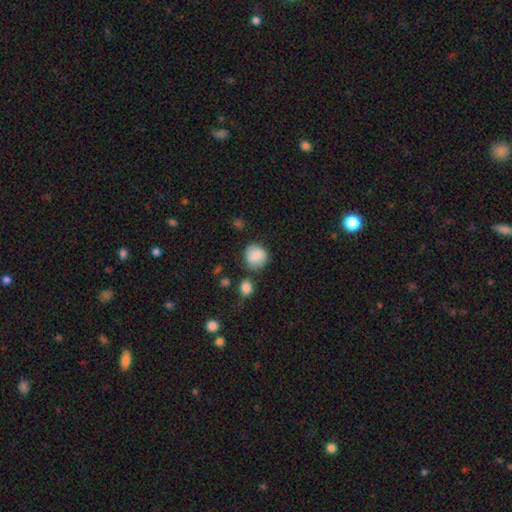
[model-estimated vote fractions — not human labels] This is likely a smooth galaxy (74%). How rounded: clearly round (86%). Merging: likely none (70%).